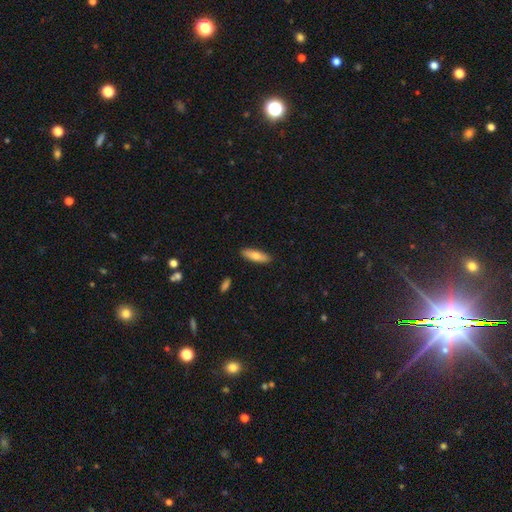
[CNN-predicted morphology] The model was most divided on "how rounded": cigar-shaped: 55%, in between: 43%, round: 2%. More confident: merging — none (89%); smooth or featured — smooth (75%).